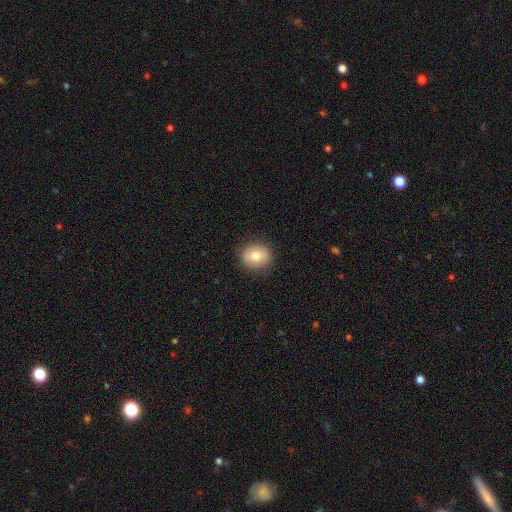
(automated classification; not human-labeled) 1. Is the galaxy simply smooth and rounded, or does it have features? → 76% smooth, 15% featured or disk, 9% star or artifact.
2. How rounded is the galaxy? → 70% round, 30% in between, 1% cigar-shaped.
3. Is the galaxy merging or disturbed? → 88% none, 9% minor disturbance, 2% major disturbance, 1% merger.